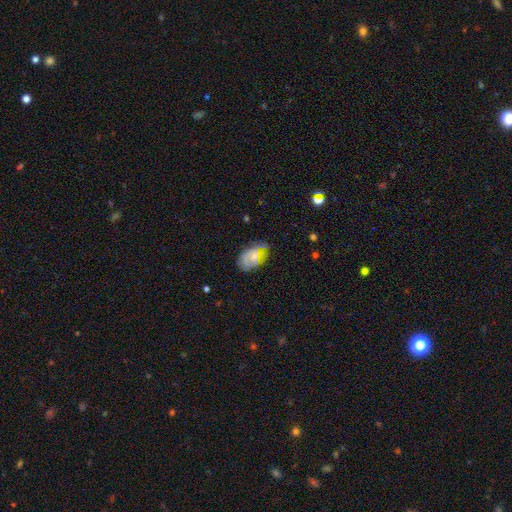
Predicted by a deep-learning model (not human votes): Morphology: type=smooth (49%); merging=none (60%).